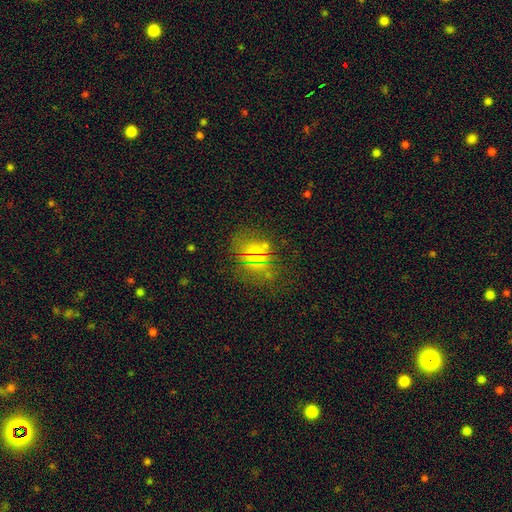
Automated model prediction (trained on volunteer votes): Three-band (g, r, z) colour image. It shows a smooth galaxy with no disk features (53%) that is round (59%). Merging: none (75%).